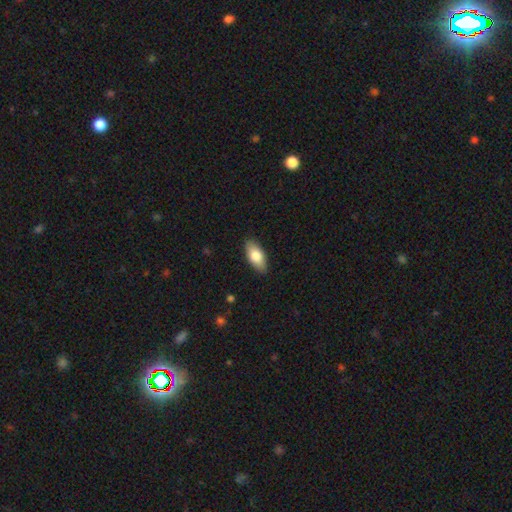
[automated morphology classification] type=smooth (78%); roundness=in between (88%); merging=none (88%).